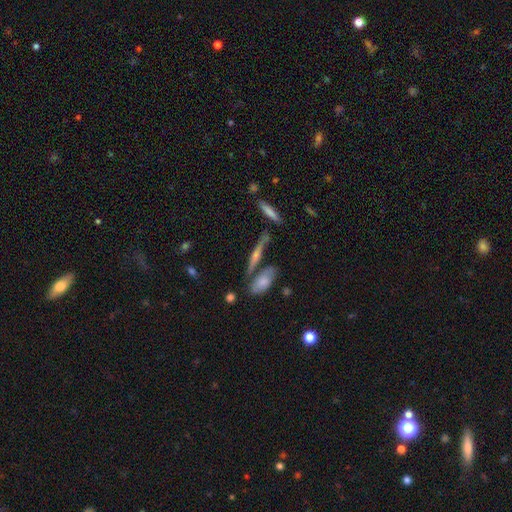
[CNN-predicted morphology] This is possibly a featured or disk galaxy (52%). It is likely viewed edge-on (80%). Merging: likely none (63%).